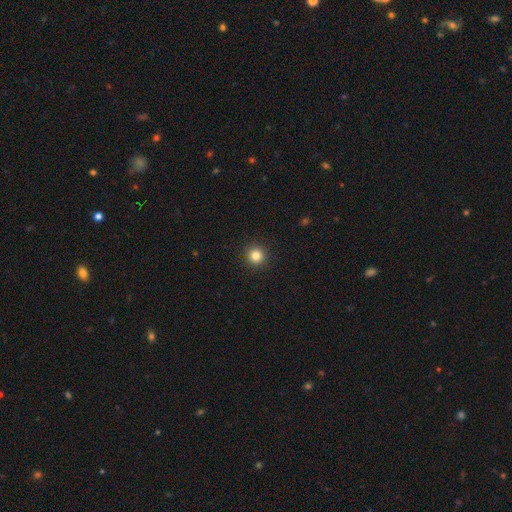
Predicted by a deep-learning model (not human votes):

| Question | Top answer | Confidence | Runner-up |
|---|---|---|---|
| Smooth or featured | smooth | 83% | star or artifact (12%) |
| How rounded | round | 95% | in between (4%) |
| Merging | none | 93% | minor disturbance (4%) |